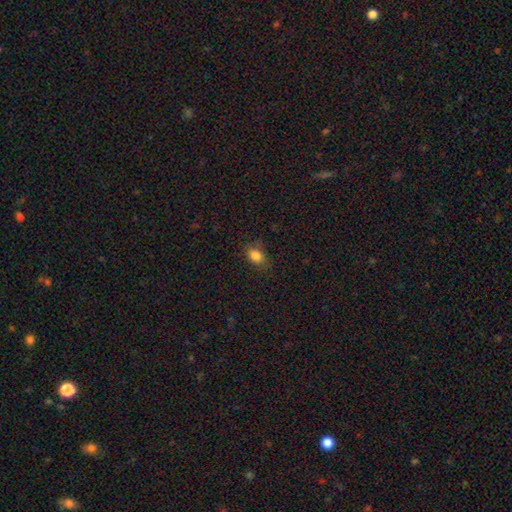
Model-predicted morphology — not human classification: Overall: smooth (84%). How rounded: in between (70%). Merging: none (81%).